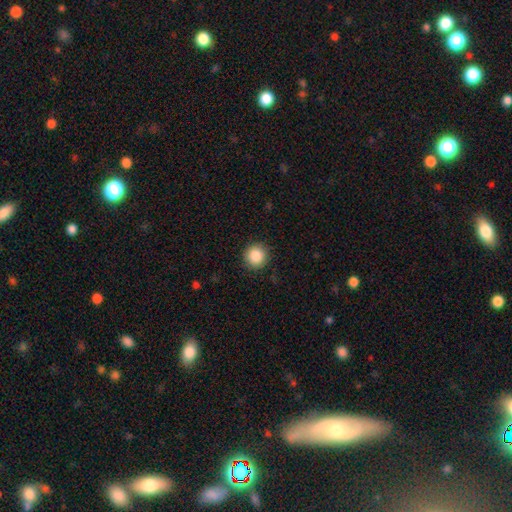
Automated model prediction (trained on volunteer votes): smooth 87%, star or artifact 9%, featured or disk 4%. Down the decision tree: how rounded — round (93%); merging — none (90%).